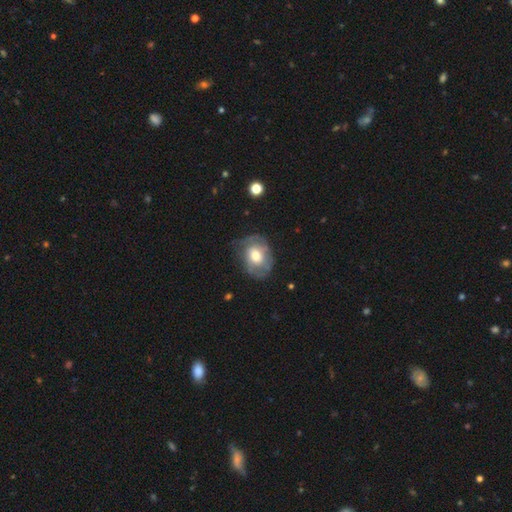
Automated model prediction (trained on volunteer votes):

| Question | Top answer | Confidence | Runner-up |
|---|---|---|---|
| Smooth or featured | featured or disk | 52% | smooth (41%) |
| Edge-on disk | no | 95% | yes (5%) |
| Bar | no | 76% | weak (20%) |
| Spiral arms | yes | 61% | no (39%) |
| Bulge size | moderate | 61% | large (25%) |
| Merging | none | 56% | minor disturbance (28%) |